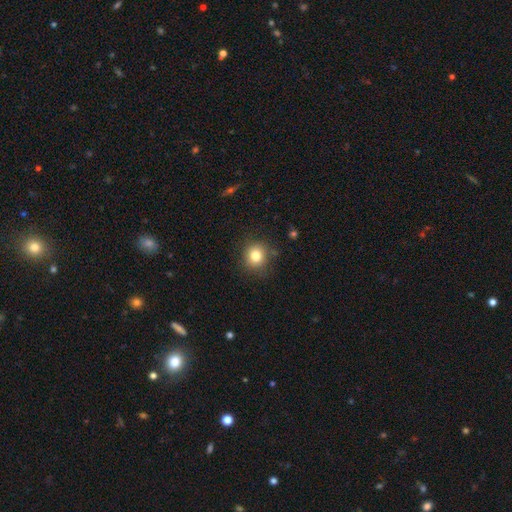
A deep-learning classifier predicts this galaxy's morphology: The model was most divided on "smooth or featured": smooth: 81%, star or artifact: 12%, featured or disk: 7%. More confident: how rounded — round (88%); merging — none (84%).